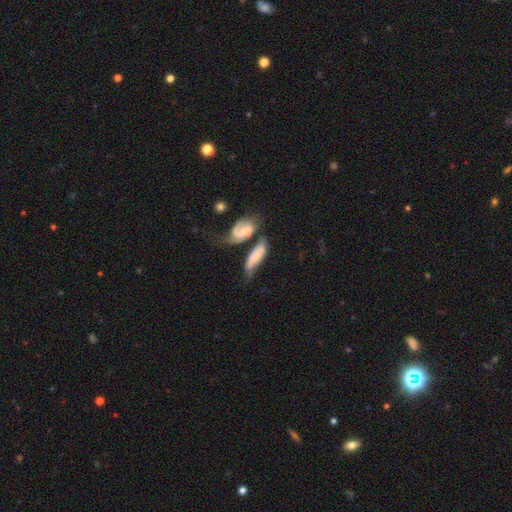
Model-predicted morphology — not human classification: Smooth or featured? featured or disk (48%)
Merging? merger (43%)